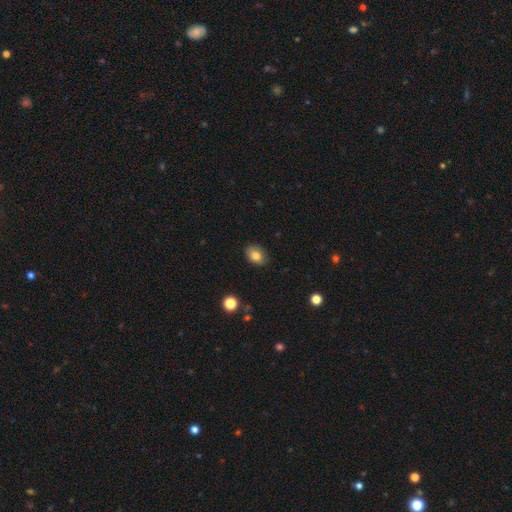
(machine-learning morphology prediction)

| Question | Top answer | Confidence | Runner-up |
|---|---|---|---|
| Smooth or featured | smooth | 81% | featured or disk (9%) |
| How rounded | in between | 74% | round (25%) |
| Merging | none | 86% | minor disturbance (11%) |